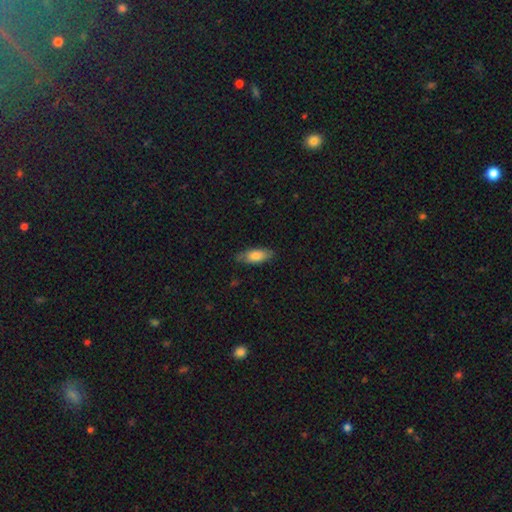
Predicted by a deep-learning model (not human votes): smooth 77%, featured or disk 17%, star or artifact 6%. Down the decision tree: how rounded — in between (79%); merging — none (79%).